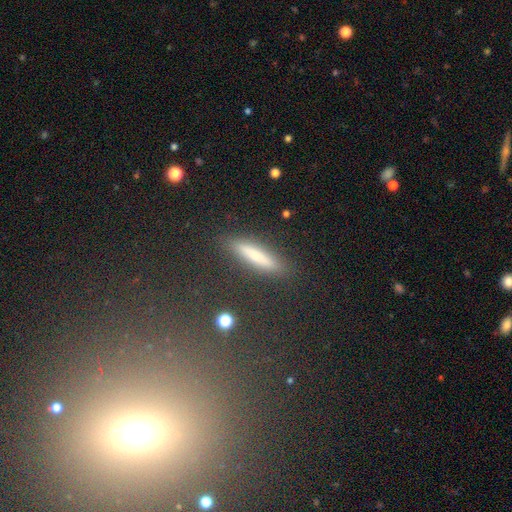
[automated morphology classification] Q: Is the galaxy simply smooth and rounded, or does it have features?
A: smooth — 66%.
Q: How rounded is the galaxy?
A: cigar-shaped — 87%.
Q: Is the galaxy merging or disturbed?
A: none — 88%.